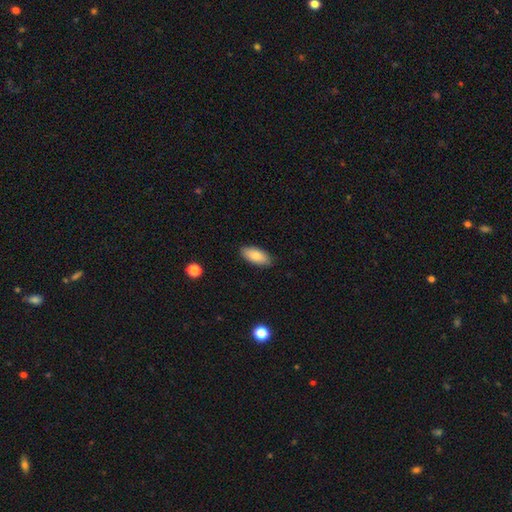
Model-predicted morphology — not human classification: smooth 83%, featured or disk 10%, star or artifact 6%. Down the decision tree: how rounded — in between (88%); merging — none (88%).